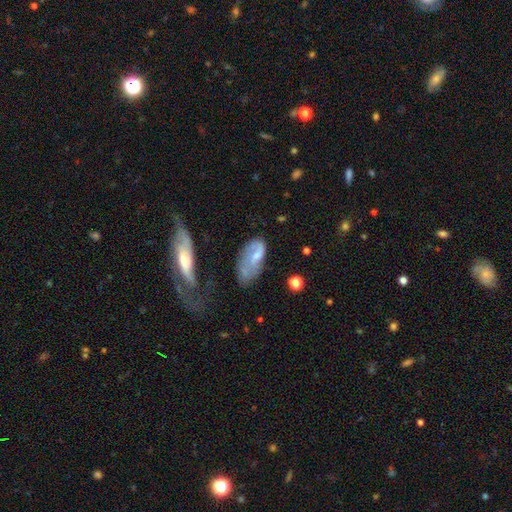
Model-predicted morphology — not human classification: A featured or disk galaxy (48%). Merging: none (35%).